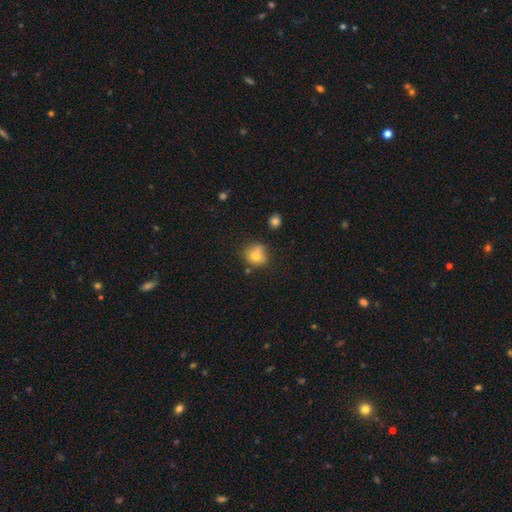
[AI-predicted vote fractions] The model was most divided on "merging": none: 63%, minor disturbance: 21%, merger: 10%, major disturbance: 6%. More confident: how rounded — round (77%); smooth or featured — smooth (76%).